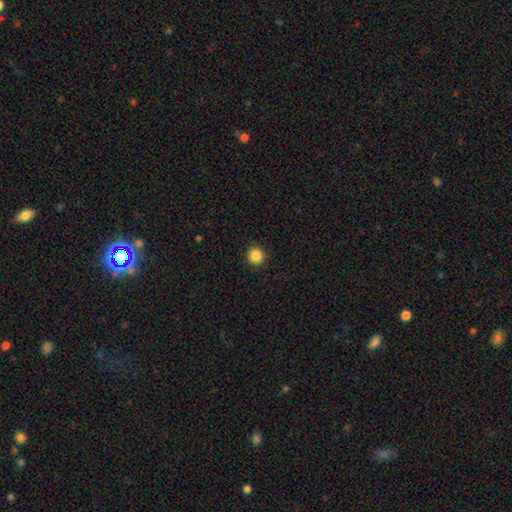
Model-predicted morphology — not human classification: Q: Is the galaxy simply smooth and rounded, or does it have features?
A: smooth — 87%.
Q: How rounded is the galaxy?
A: round — 94%.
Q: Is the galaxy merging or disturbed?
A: none — 93%.